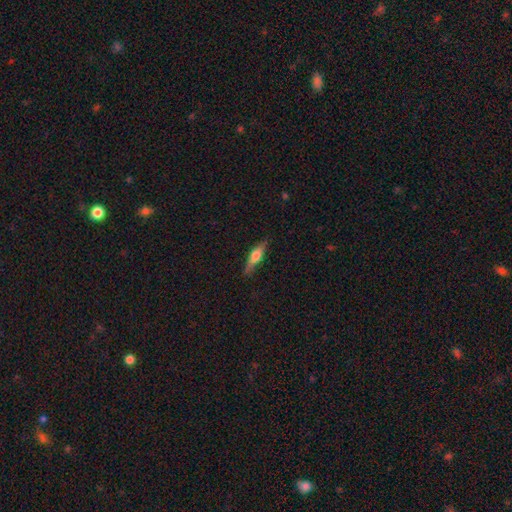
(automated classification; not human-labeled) smooth-or-featured: featured or disk: 49% | smooth: 45% | star or artifact: 6%
  merging: none: 82% | minor disturbance: 14% | major disturbance: 3% | merger: 1%